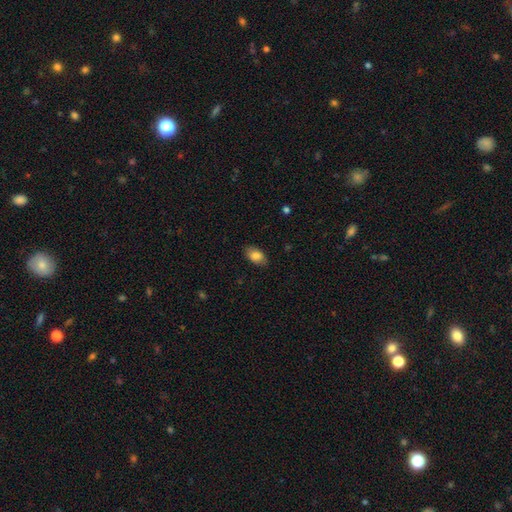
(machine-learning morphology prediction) Smooth or featured?
  - smooth: 84% *
  - featured or disk: 9%
  - star or artifact: 7%
How rounded?
  - in between: 90% *
  - round: 9%
  - cigar-shaped: 2%
Merging?
  - none: 83% *
  - minor disturbance: 13%
  - major disturbance: 3%
  - merger: 1%